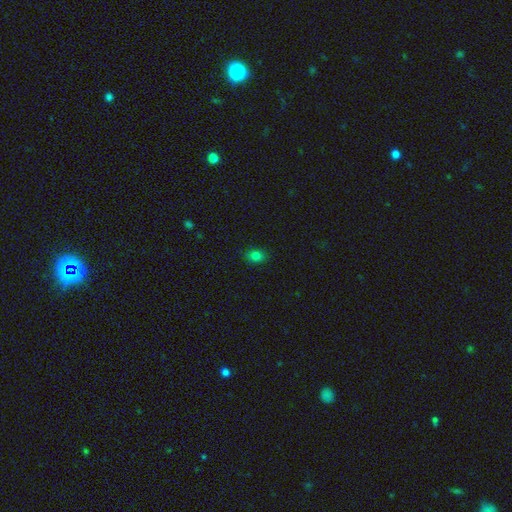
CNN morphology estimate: Overall: smooth (79%). How rounded: in between (58%; round 41%). Merging: none (87%).